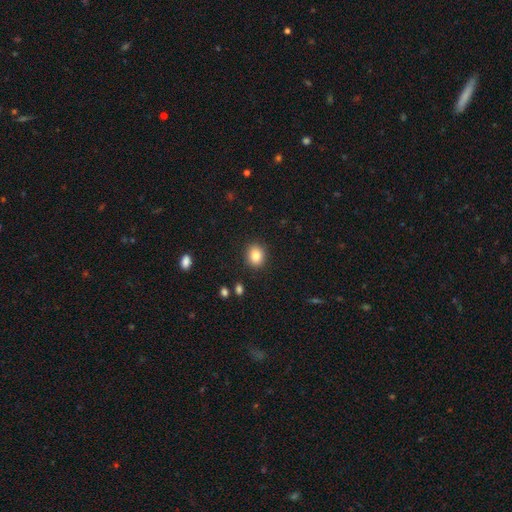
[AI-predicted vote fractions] The model was most divided on "how rounded": round: 68%, in between: 31%, cigar-shaped: 1%. More confident: merging — none (90%); smooth or featured — smooth (84%).